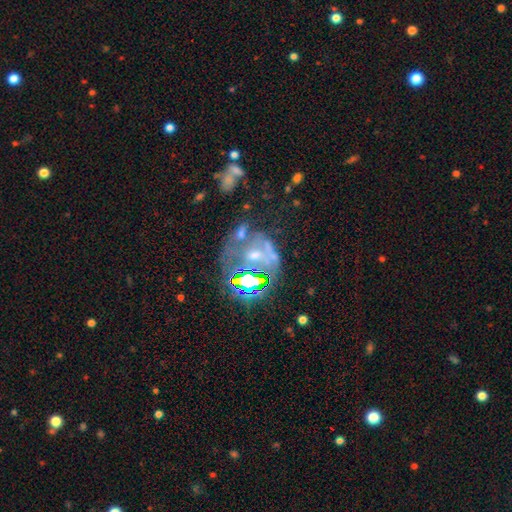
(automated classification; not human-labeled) Q: Smooth or featured?
A: star or artifact (41%); runner-up: featured or disk (39%)